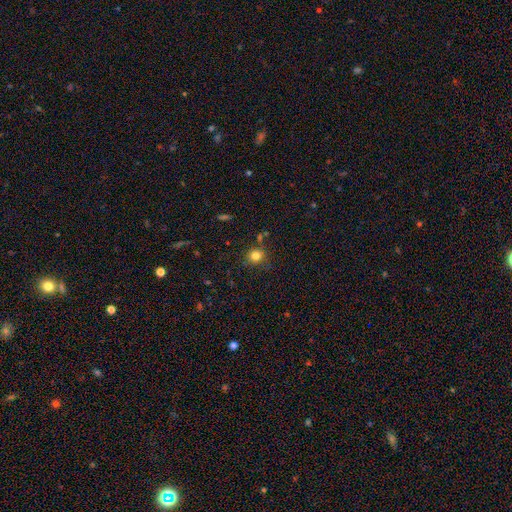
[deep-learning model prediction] Morphology: type=smooth (81%); roundness=round (86%); merging=none (81%).